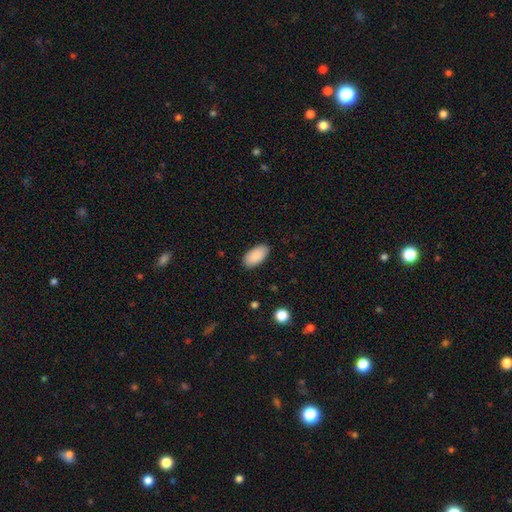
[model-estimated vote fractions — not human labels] smooth_or_featured: smooth (p=0.90) [alt: star or artifact p=0.06]
how_rounded: in between (p=0.95) [alt: cigar-shaped p=0.02]
merging: none (p=0.87) [alt: minor disturbance p=0.10]